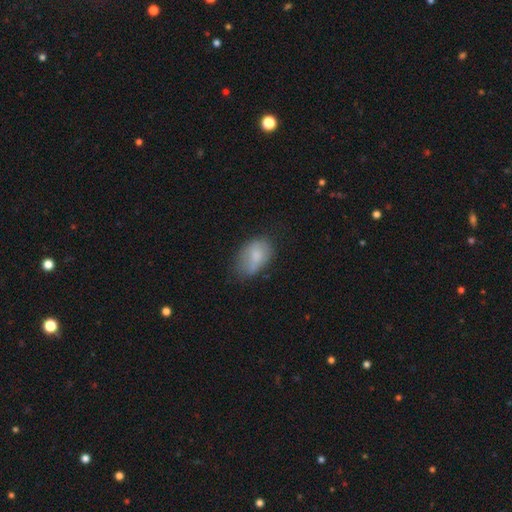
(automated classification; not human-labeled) Q: Smooth or featured?
A: smooth (74%); runner-up: featured or disk (17%)
Q: How rounded?
A: in between (86%); runner-up: round (12%)
Q: Merging?
A: none (49%); runner-up: minor disturbance (34%)